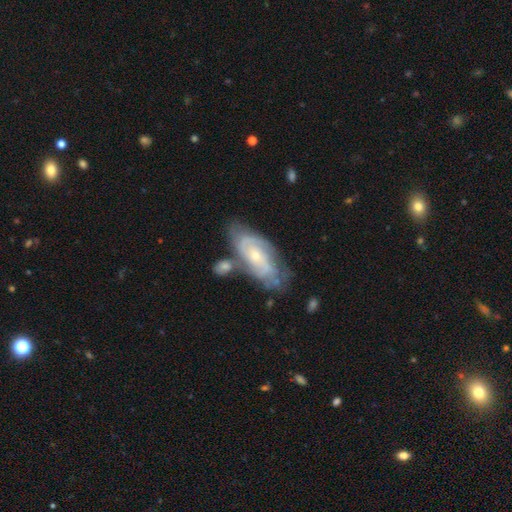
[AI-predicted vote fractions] Smooth or featured?
  - featured or disk: 80% *
  - smooth: 15%
  - star or artifact: 5%
Edge-on disk?
  - no: 93% *
  - yes: 7%
Bar?
  - no: 65% *
  - weak: 29%
  - strong: 7%
Spiral arms?
  - yes: 91% *
  - no: 9%
Spiral winding?
  - tight: 56% *
  - medium: 34%
  - loose: 10%
Spiral arm count?
  - 2: 44% *
  - can't tell: 33%
  - 3: 13%
  - 4: 4%
  - 1: 3%
  - more than 4: 3%
Bulge size?
  - small: 63% *
  - moderate: 34%
  - large: 1%
  - none: 1%
  - dominant: 1%
Merging?
  - none: 57% *
  - minor disturbance: 20%
  - merger: 15%
  - major disturbance: 8%